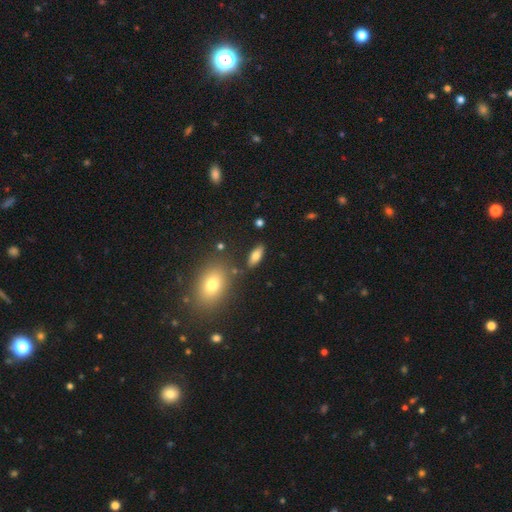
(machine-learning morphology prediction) smooth 77%, featured or disk 15%, star or artifact 8%. Down the decision tree: how rounded — in between (80%); merging — none (81%).